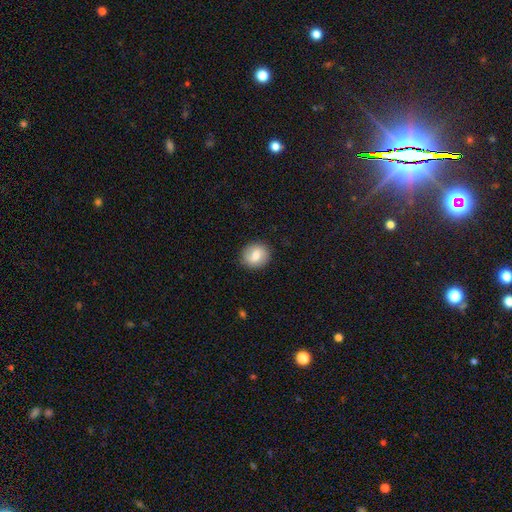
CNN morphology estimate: This is likely a smooth galaxy (74%). How rounded: likely round (77%). Merging: clearly none (87%).